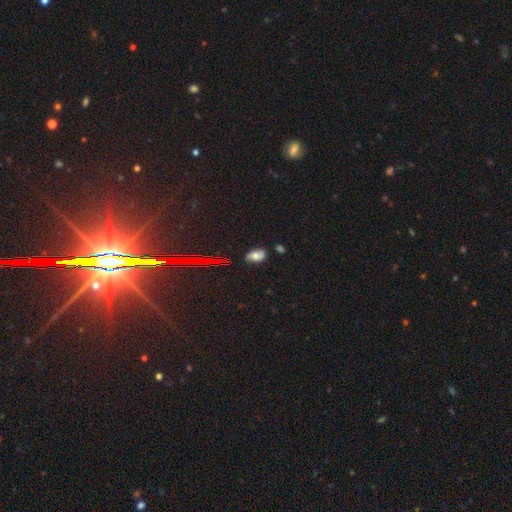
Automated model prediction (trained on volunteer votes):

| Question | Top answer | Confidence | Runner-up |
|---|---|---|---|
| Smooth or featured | smooth | 50% | featured or disk (30%) |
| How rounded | in between | 90% | round (8%) |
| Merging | none | 75% | minor disturbance (18%) |